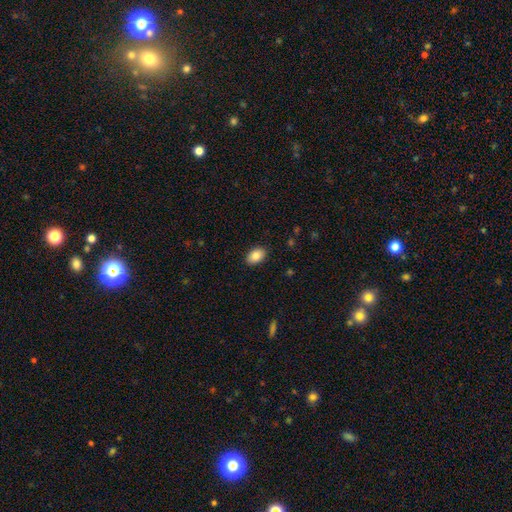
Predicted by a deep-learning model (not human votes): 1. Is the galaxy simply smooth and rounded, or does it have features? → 86% smooth, 7% star or artifact, 6% featured or disk.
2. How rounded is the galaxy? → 89% in between, 10% round, 1% cigar-shaped.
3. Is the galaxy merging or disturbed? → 89% none, 8% minor disturbance, 2% major disturbance, 1% merger.